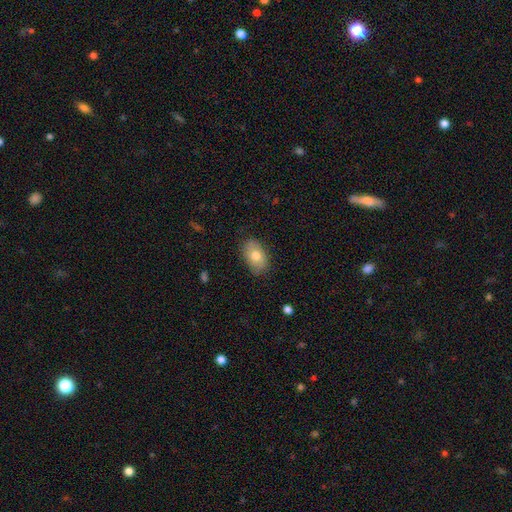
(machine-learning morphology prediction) Smooth or featured: smooth — 76% (featured or disk — 17%)
How rounded: in between — 90% (round — 9%)
Merging: none — 83% (minor disturbance — 14%)